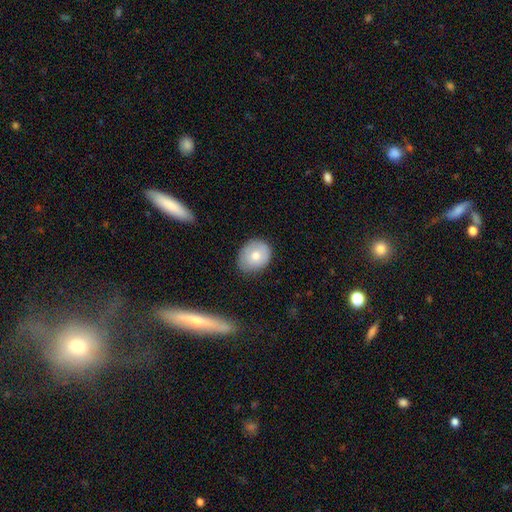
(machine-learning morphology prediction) Smooth or featured?
  - smooth: 73% *
  - featured or disk: 20%
  - star or artifact: 7%
How rounded?
  - round: 58% *
  - in between: 42%
  - cigar-shaped: 1%
Merging?
  - none: 77% *
  - minor disturbance: 18%
  - major disturbance: 3%
  - merger: 1%